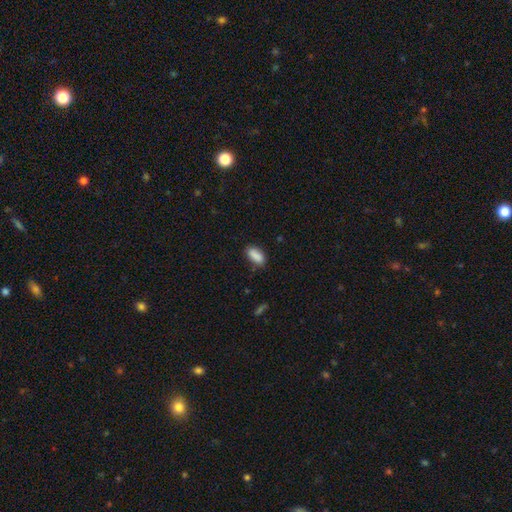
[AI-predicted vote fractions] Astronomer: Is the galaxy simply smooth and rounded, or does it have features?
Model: smooth — 88%.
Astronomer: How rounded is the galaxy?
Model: in between — 88%.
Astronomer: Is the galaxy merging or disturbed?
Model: none — 79%.